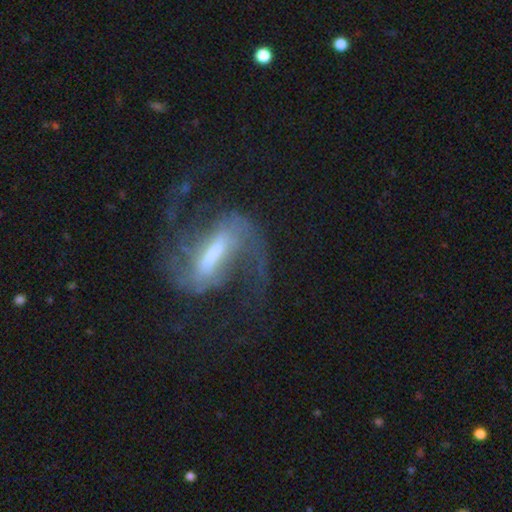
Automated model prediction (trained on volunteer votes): A featured or disk galaxy (91%) with a strong bar (63%), 2 (93%) medium (54%) spiral arms (98%) and a small central bulge (38%).

Vote fractions:
- Smooth or featured? featured or disk: 91% / star or artifact: 5% / smooth: 4%
- Edge-on disk? no: 96% / yes: 4%
- Bar? strong: 63% / weak: 30% / no: 7%
- Spiral arms? yes: 98% / no: 2%
- Spiral winding? medium: 54% / loose: 34% / tight: 12%
- Spiral arm count? 2: 93% / can't tell: 2% / 1: 1% / 3: 1% / 4: 1% / more than 4: 1%
- Bulge size? small: 38% / moderate: 37% / large: 12% / none: 11% / dominant: 2%
- Merging? none: 73% / major disturbance: 12% / minor disturbance: 12% / merger: 2%